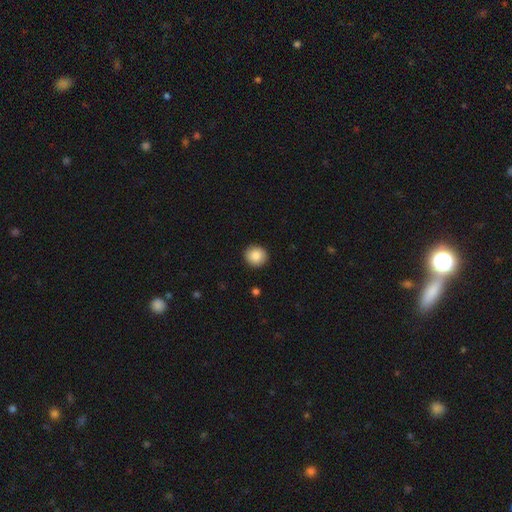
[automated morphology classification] Overall: smooth (88%). How rounded: round (91%). Merging: none (92%).